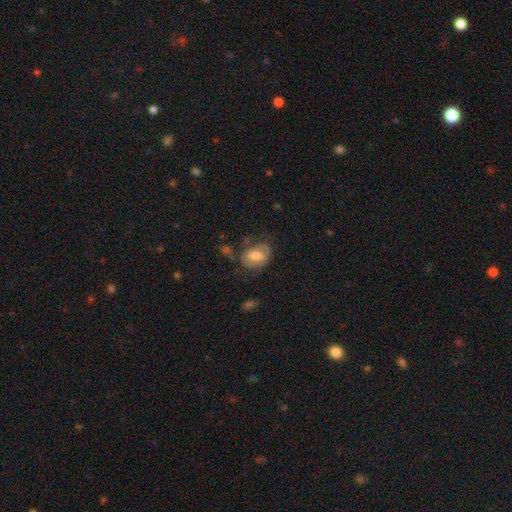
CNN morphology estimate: smooth 50%, featured or disk 42%, star or artifact 8%. Down the decision tree: merging — none (48%).